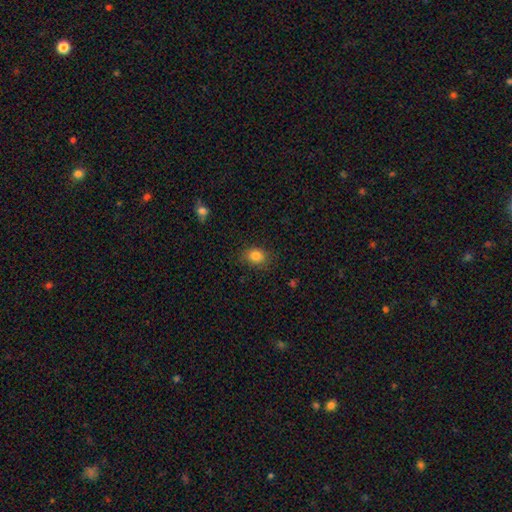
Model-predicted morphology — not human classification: Overall: smooth (83%). How rounded: in between (52%; round 47%). Merging: none (84%).